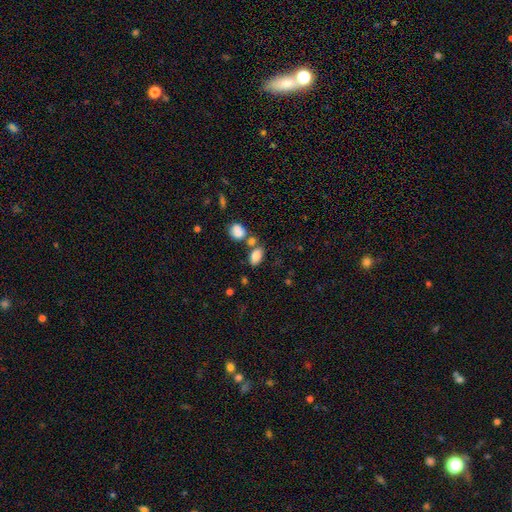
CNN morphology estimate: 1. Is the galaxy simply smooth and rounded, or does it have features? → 82% smooth, 11% star or artifact, 8% featured or disk.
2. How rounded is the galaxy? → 88% in between, 10% round, 2% cigar-shaped.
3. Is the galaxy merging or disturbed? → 58% none, 23% merger, 13% minor disturbance, 5% major disturbance.